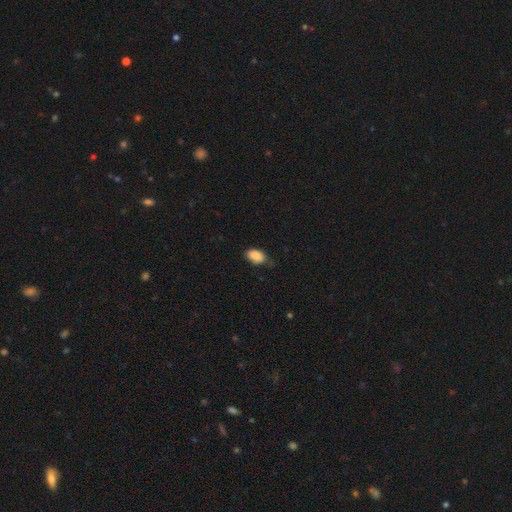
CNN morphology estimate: smooth-or-featured: smooth: 88% | star or artifact: 7% | featured or disk: 4%
  how-rounded: in between: 91% | round: 7% | cigar-shaped: 2%
  merging: none: 72% | minor disturbance: 23% | major disturbance: 4% | merger: 1%